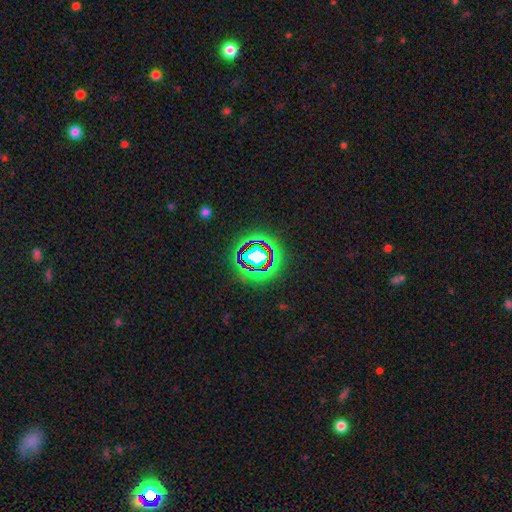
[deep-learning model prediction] This appears to be a star or artifact, not a galaxy (73%).